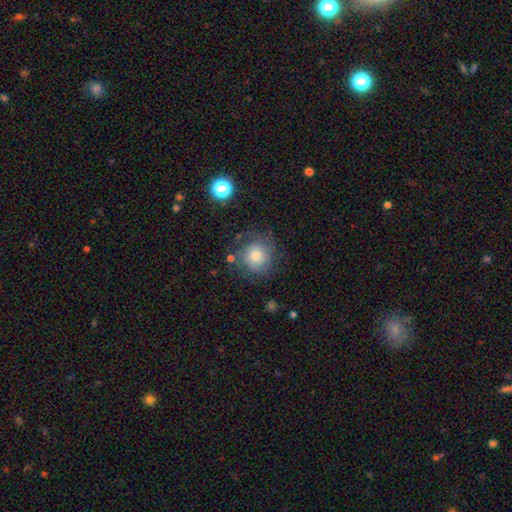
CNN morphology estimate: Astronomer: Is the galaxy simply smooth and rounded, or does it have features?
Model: smooth — 50% (runner-up: featured or disk, 38%).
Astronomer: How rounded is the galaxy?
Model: round — 89%.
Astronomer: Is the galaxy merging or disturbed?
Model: none — 70%.